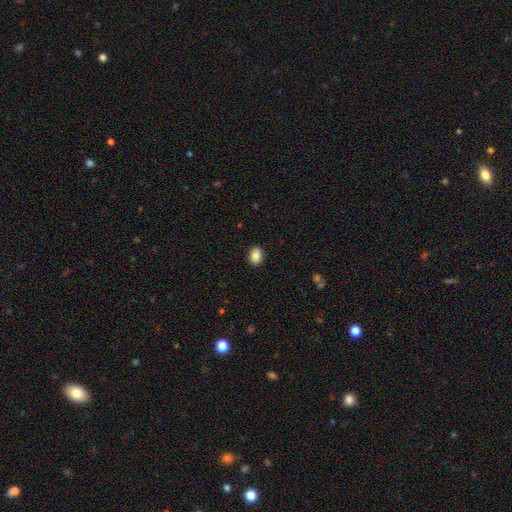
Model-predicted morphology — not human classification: Smooth or featured? Predicted: smooth (p=0.89). How rounded? Predicted: in between (p=0.73). Merging? Predicted: none (p=0.88).